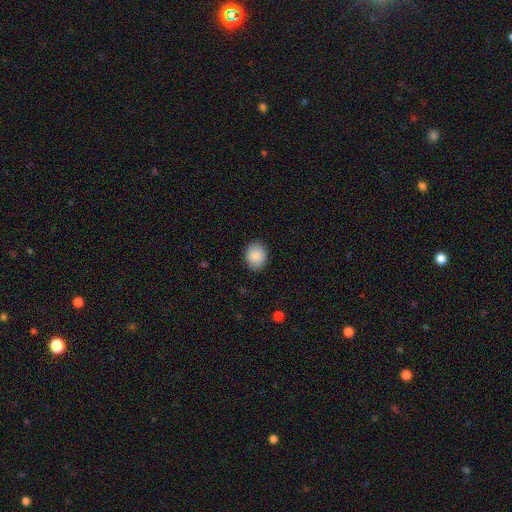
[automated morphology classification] A smooth galaxy with no disk features (87%) that is round (50%).

Vote fractions:
- Smooth or featured? smooth: 87% / star or artifact: 7% / featured or disk: 6%
- How rounded? round: 50% / in between: 49% / cigar-shaped: 1%
- Merging? none: 87% / minor disturbance: 9% / major disturbance: 2% / merger: 1%